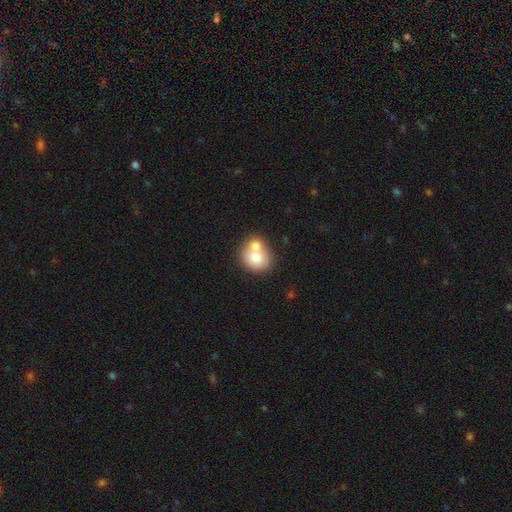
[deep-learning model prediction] Morphology: type=smooth (74%); roundness=round (72%); merging=merger (53%).